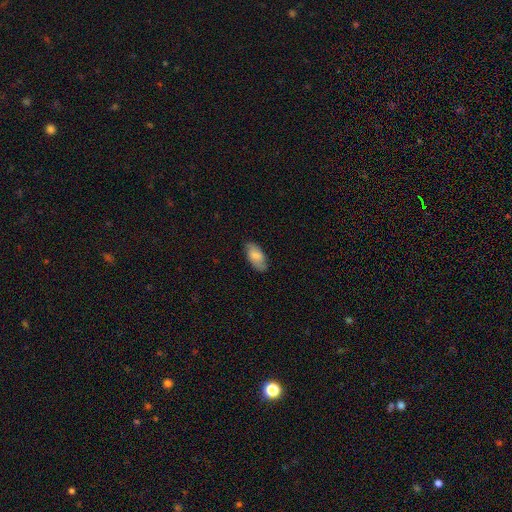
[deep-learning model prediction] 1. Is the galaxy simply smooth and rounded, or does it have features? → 71% smooth, 22% featured or disk, 7% star or artifact.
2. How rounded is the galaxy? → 92% in between, 5% cigar-shaped, 3% round.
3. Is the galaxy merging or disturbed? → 80% none, 15% minor disturbance, 3% major disturbance, 1% merger.